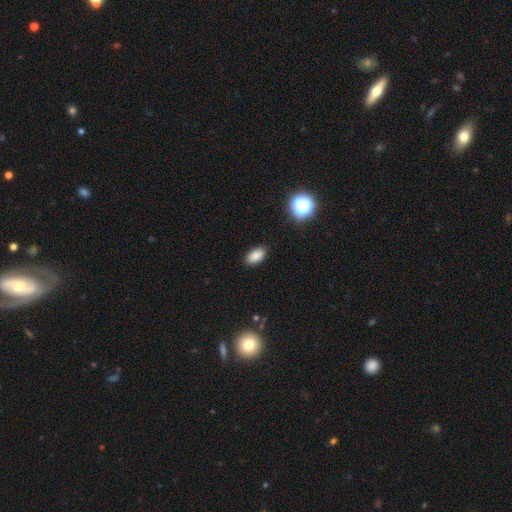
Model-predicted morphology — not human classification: A smooth galaxy with no disk features (85%) that is in between round and cigar-shaped (92%). Merging: none (88%).